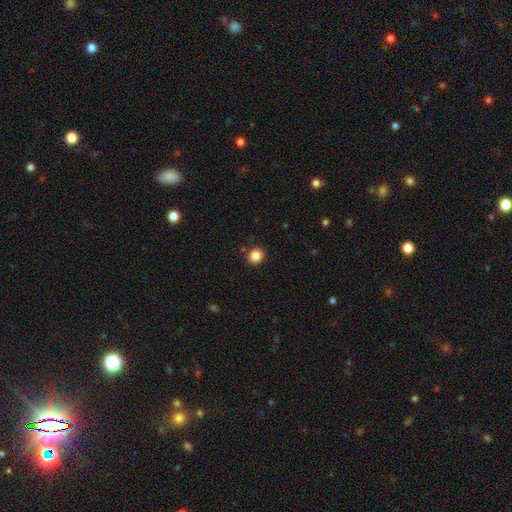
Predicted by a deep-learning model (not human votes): smooth-or-featured: smooth: 86% | star or artifact: 10% | featured or disk: 4%
  how-rounded: round: 73% | in between: 26% | cigar-shaped: 1%
  merging: none: 89% | minor disturbance: 7% | major disturbance: 2% | merger: 2%